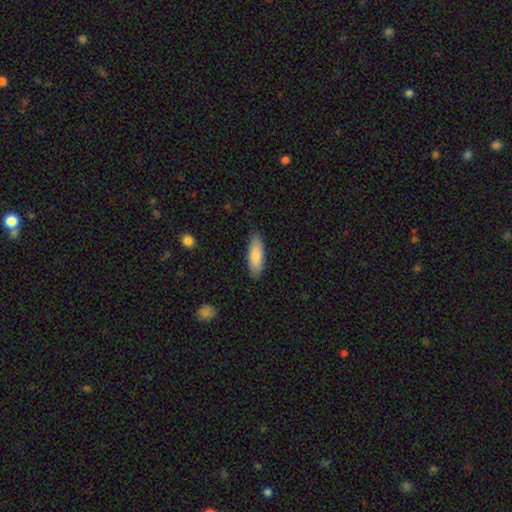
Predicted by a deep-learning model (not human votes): Smooth or featured?
  - smooth: 86% *
  - featured or disk: 8%
  - star or artifact: 5%
How rounded?
  - in between: 56% *
  - cigar-shaped: 43%
  - round: 2%
Merging?
  - none: 86% *
  - minor disturbance: 11%
  - major disturbance: 2%
  - merger: 1%